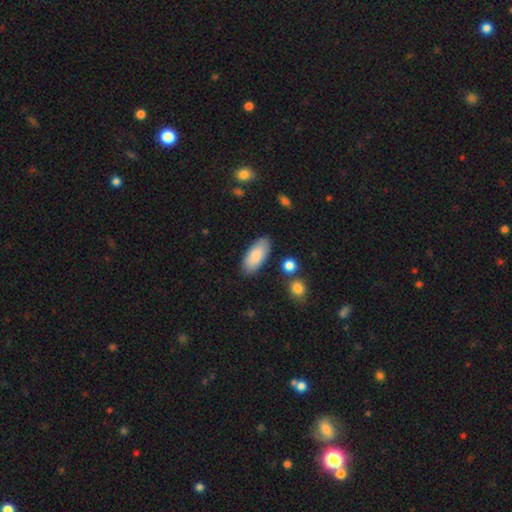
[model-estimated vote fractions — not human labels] This appears to be a smooth galaxy with no disk features (85%) that is in between round and cigar-shaped (88%). Merging: none (84%).